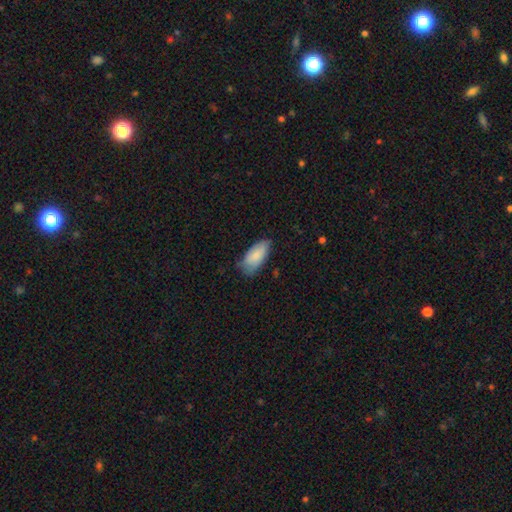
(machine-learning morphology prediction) A smooth galaxy with no disk features (81%) that is in between round and cigar-shaped (90%).

Vote fractions:
- Smooth or featured? smooth: 81% / featured or disk: 13% / star or artifact: 6%
- How rounded? in between: 90% / cigar-shaped: 8% / round: 2%
- Merging? none: 65% / minor disturbance: 28% / major disturbance: 5% / merger: 1%